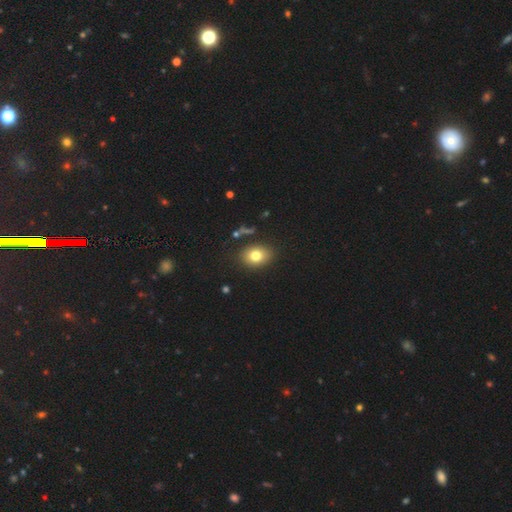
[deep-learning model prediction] Morphology: type=smooth (78%); roundness=in between (61%); merging=none (84%).